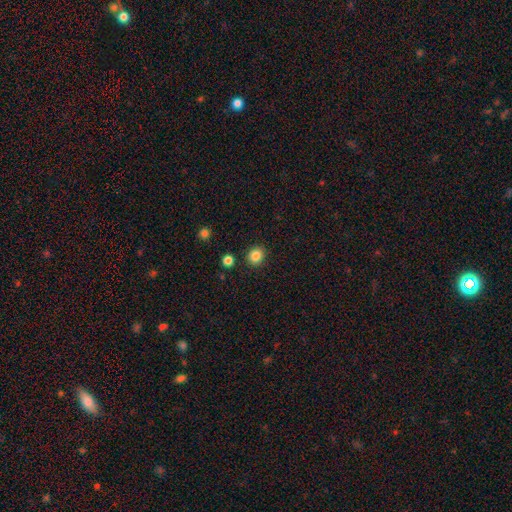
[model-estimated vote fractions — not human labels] smooth_or_featured: smooth (p=0.84) [alt: star or artifact p=0.11]
how_rounded: round (p=0.83) [alt: in between p=0.17]
merging: none (p=0.89) [alt: minor disturbance p=0.06]